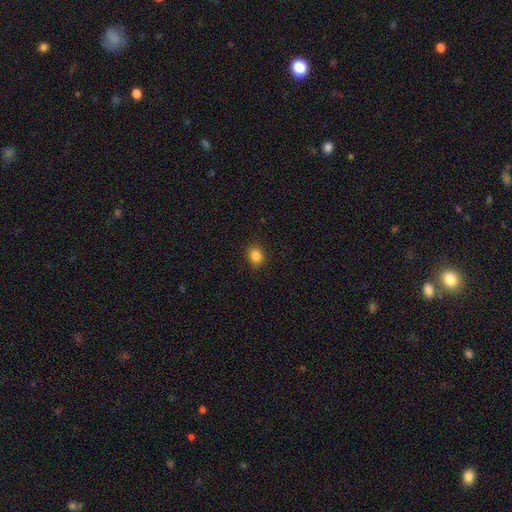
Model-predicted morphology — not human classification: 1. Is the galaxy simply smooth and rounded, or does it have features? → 85% smooth, 11% star or artifact, 4% featured or disk.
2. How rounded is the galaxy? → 51% round, 48% in between, 1% cigar-shaped.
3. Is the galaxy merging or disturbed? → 89% none, 8% minor disturbance, 2% major disturbance, 1% merger.